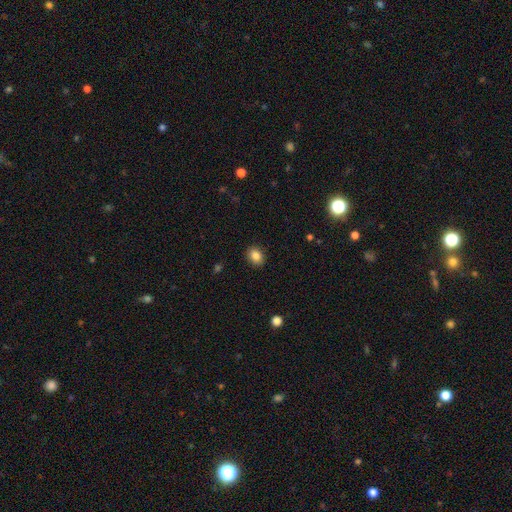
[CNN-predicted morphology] Smooth or featured?
  - smooth: 86% *
  - star or artifact: 9%
  - featured or disk: 5%
How rounded?
  - in between: 55% *
  - round: 44%
  - cigar-shaped: 1%
Merging?
  - none: 90% *
  - minor disturbance: 7%
  - major disturbance: 2%
  - merger: 1%